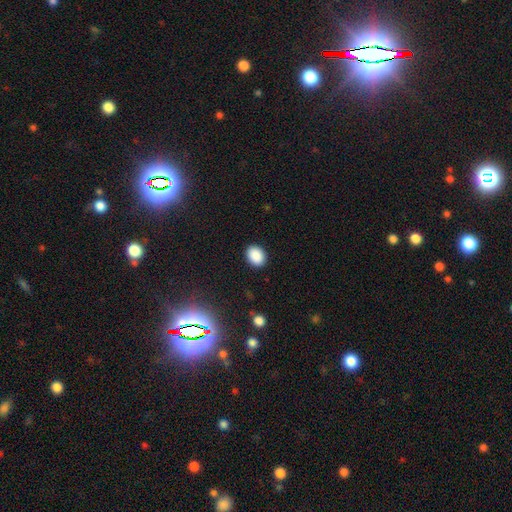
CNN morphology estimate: A smooth galaxy with no disk features (88%) that is in between round and cigar-shaped (62%). Merging: none (89%).